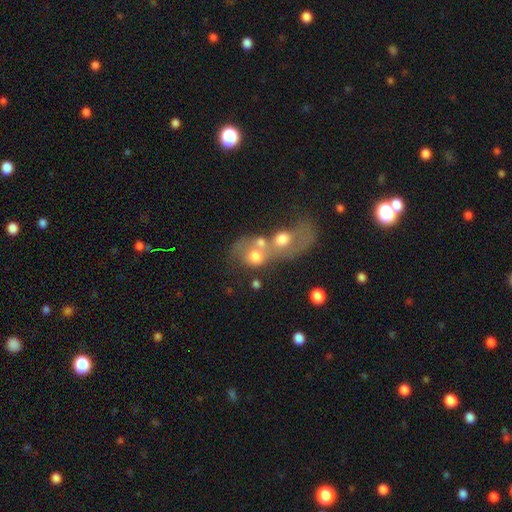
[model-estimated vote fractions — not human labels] Smooth or featured? Predicted: smooth (p=0.54). How rounded? Predicted: round (p=0.53). Merging? Predicted: merger (p=0.73).